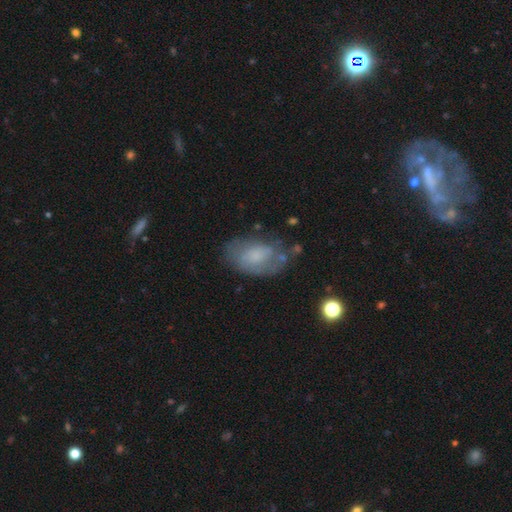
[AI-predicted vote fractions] Morphology: type=smooth (53%); roundness=in between (91%); merging=none (55%).